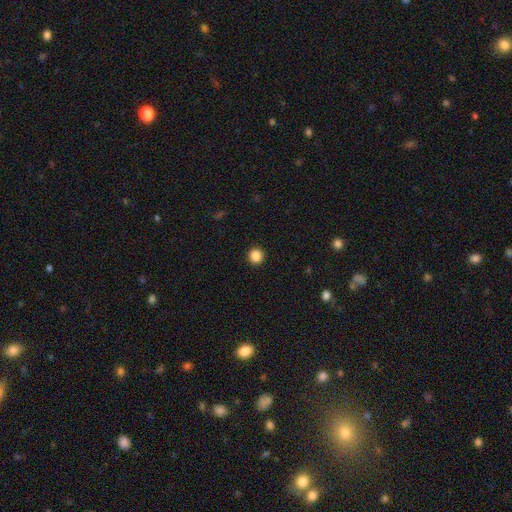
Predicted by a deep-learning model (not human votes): Smooth or featured? smooth (87%)
How rounded? round (94%)
Merging? none (93%)